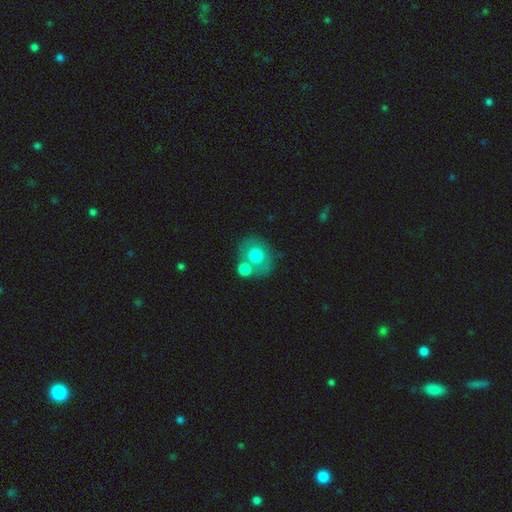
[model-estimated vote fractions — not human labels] Smooth or featured: smooth — 71% (featured or disk — 21%)
How rounded: round — 67% (in between — 32%)
Merging: none — 49% (merger — 35%)